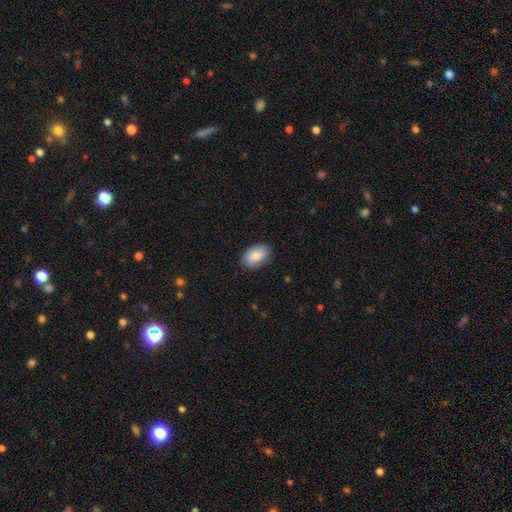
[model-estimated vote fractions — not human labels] Smooth or featured? Predicted: smooth (p=0.77). How rounded? Predicted: in between (p=0.89). Merging? Predicted: none (p=0.83).